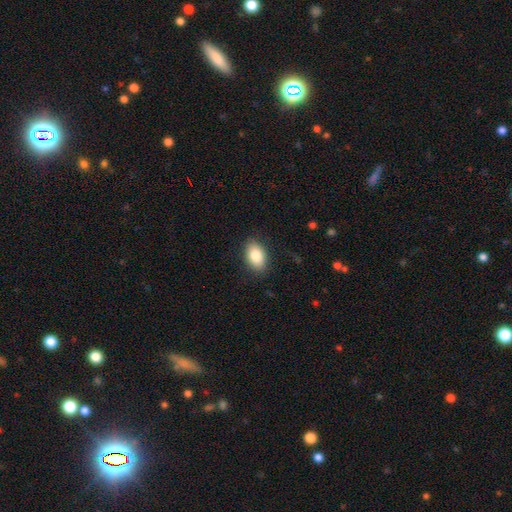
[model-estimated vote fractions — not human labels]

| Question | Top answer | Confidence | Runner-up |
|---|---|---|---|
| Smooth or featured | smooth | 84% | featured or disk (9%) |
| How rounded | in between | 90% | round (8%) |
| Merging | none | 86% | minor disturbance (10%) |